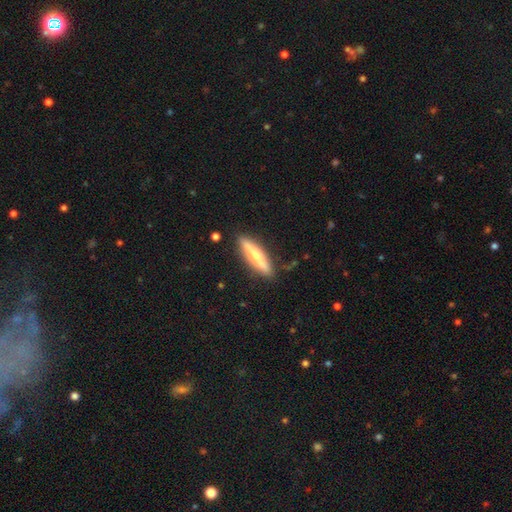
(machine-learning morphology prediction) Smooth or featured?
  - smooth: 48% *
  - featured or disk: 46%
  - star or artifact: 6%
Merging?
  - none: 87% *
  - minor disturbance: 10%
  - major disturbance: 2%
  - merger: 2%